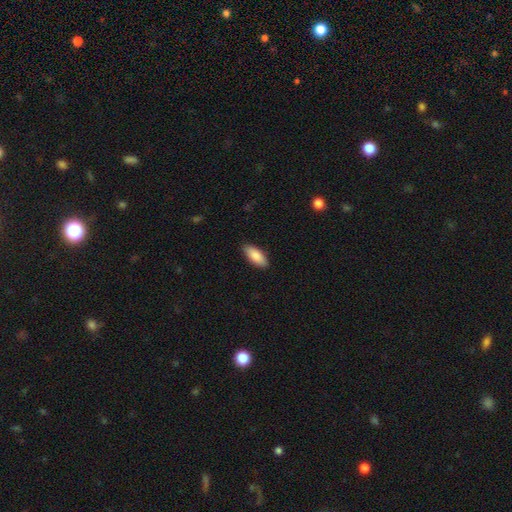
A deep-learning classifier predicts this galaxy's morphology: Smooth or featured?
  - smooth: 85% *
  - featured or disk: 9%
  - star or artifact: 6%
How rounded?
  - in between: 81% *
  - cigar-shaped: 17%
  - round: 2%
Merging?
  - none: 88% *
  - minor disturbance: 9%
  - major disturbance: 2%
  - merger: 1%